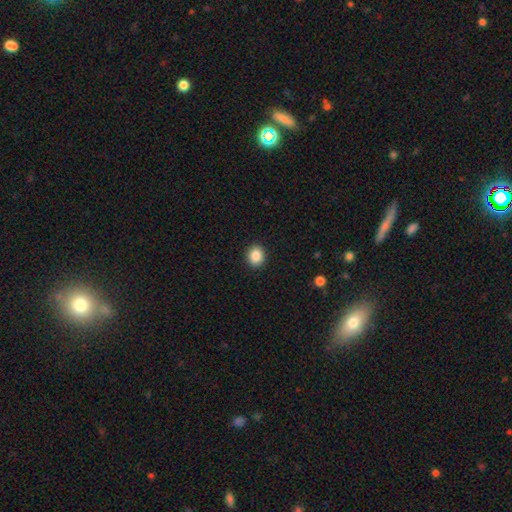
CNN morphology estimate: Smooth or featured? Predicted: smooth (p=0.87). How rounded? Predicted: round (p=0.76). Merging? Predicted: none (p=0.92).